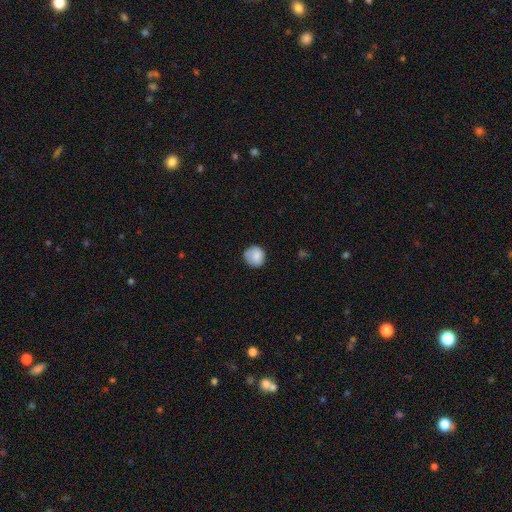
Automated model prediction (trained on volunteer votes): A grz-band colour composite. It shows a smooth galaxy with no disk features (83%) that is round (89%). Merging: none (79%).